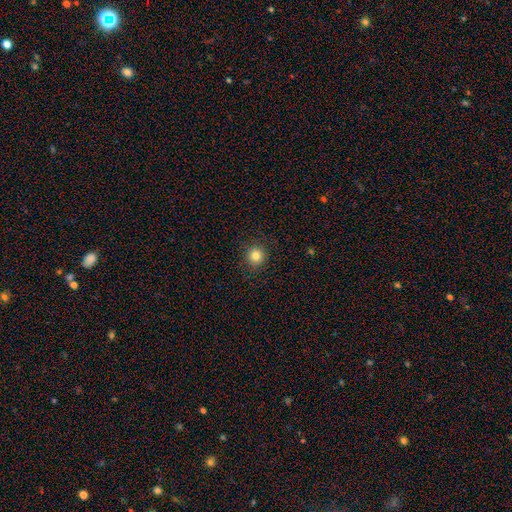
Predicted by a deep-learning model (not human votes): Q: Smooth or featured?
A: smooth (82%); runner-up: star or artifact (12%)
Q: How rounded?
A: round (93%); runner-up: in between (6%)
Q: Merging?
A: none (91%); runner-up: minor disturbance (6%)